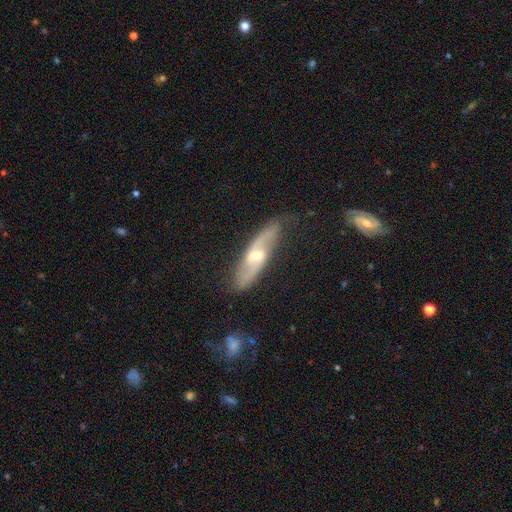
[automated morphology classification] This appears to be a featured or disk galaxy (76%) with a weak bar (50%), 2 (86%) loose (53%) spiral arms (90%) and a moderate central bulge (61%). Merging: none (71%).